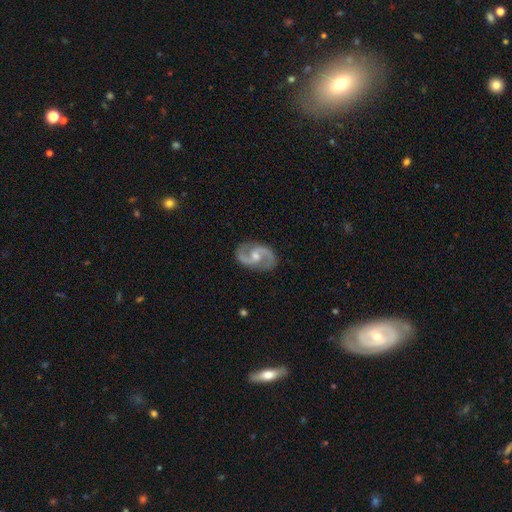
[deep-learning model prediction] This appears to be a featured or disk galaxy (92%) with a weak bar (47%), 2 (94%) medium (60%) spiral arms (98%) and a moderate central bulge (59%). Merging: none (86%).